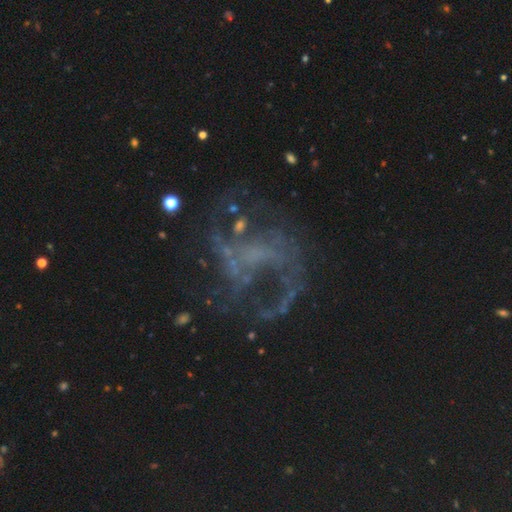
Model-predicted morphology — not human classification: The model was most divided on "merging": none: 47%, major disturbance: 34%, minor disturbance: 15%, merger: 5%. More confident: edge-on disk — no (97%); spiral arms — yes (73%); bulge size — none (69%); smooth or featured — featured or disk (64%); bar — no (55%).